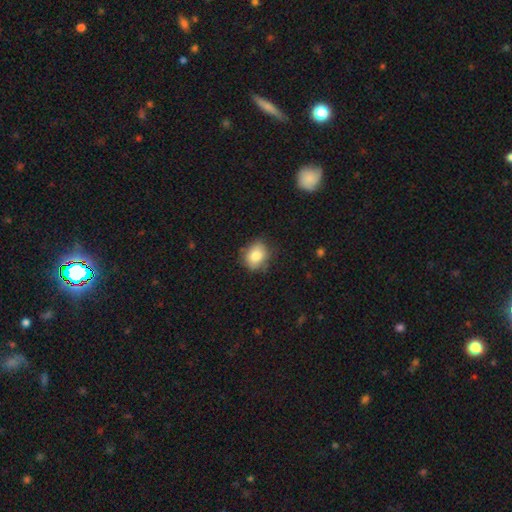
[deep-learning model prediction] Smooth or featured? Predicted: smooth (p=0.82). How rounded? Predicted: round (p=0.54). Merging? Predicted: none (p=0.71).